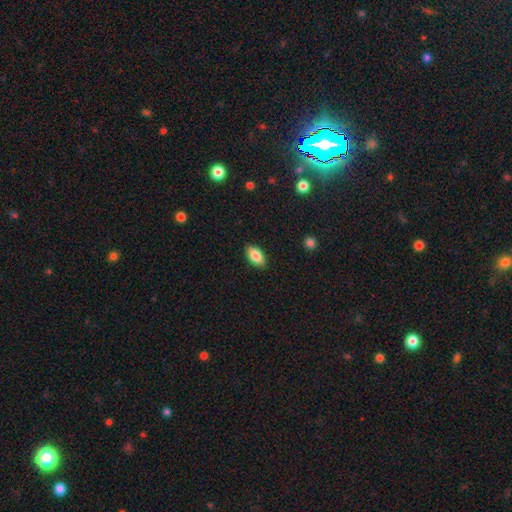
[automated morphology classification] type=smooth (85%); roundness=in between (93%); merging=none (88%).